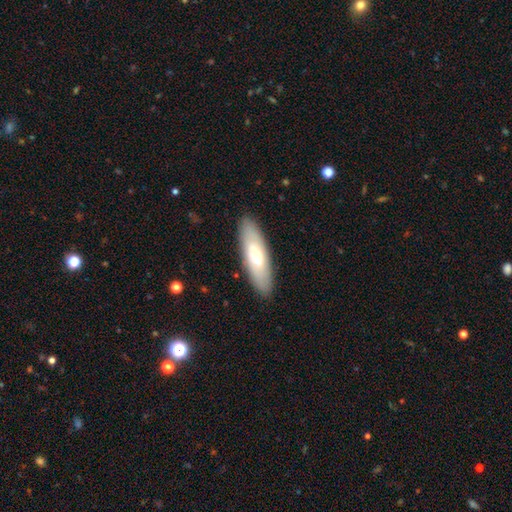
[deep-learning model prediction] Q: Smooth or featured?
A: smooth (61%); runner-up: featured or disk (33%)
Q: How rounded?
A: cigar-shaped (54%); runner-up: in between (44%)
Q: Merging?
A: none (88%); runner-up: minor disturbance (8%)